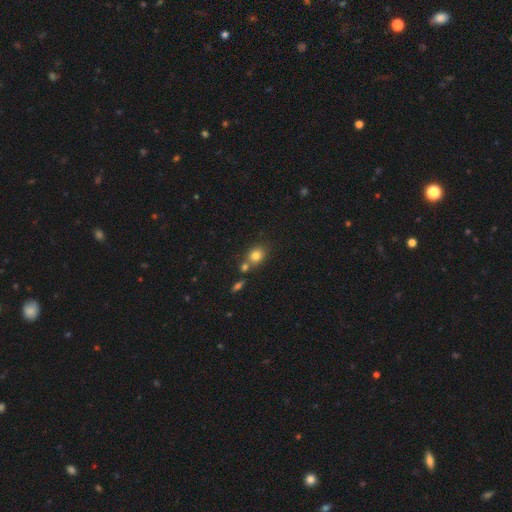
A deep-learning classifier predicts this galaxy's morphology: smooth_or_featured: smooth (p=0.80) [alt: star or artifact p=0.11]
how_rounded: round (p=0.54) [alt: in between p=0.45]
merging: none (p=0.57) [alt: merger p=0.28]